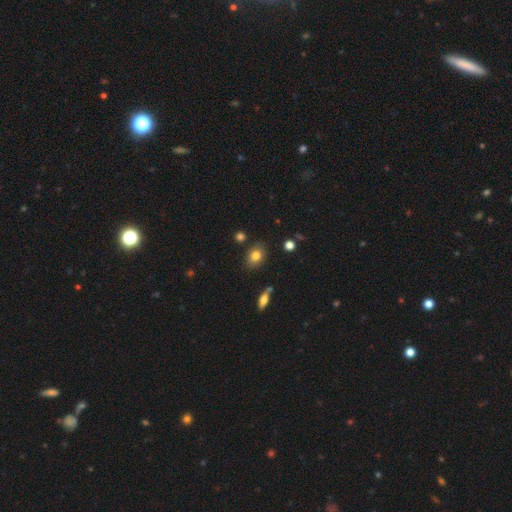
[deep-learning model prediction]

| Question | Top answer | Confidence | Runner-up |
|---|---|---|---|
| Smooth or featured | smooth | 80% | featured or disk (10%) |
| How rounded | in between | 70% | round (28%) |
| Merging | none | 81% | minor disturbance (13%) |